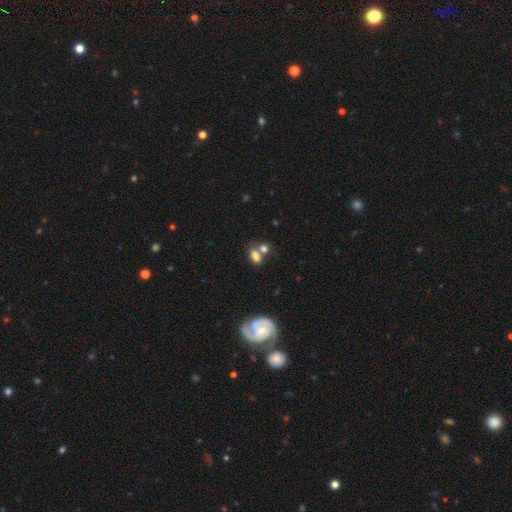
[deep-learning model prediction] Overall: smooth (74%). How rounded: in between (78%). Merging: none (41%; merger 40%).